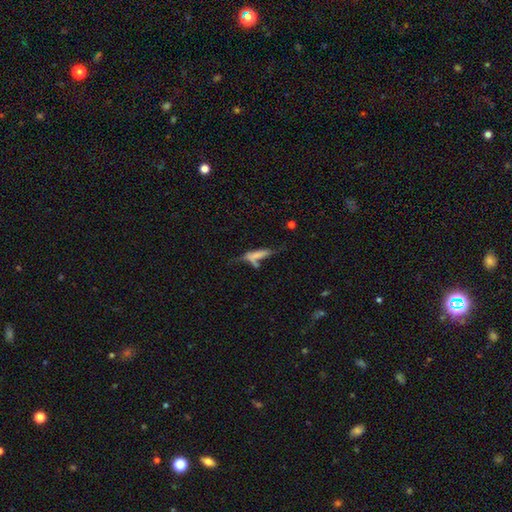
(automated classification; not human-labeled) Q: Smooth or featured?
A: smooth (60%); runner-up: featured or disk (29%)
Q: How rounded?
A: cigar-shaped (75%); runner-up: in between (21%)
Q: Merging?
A: none (34%); runner-up: merger (32%)